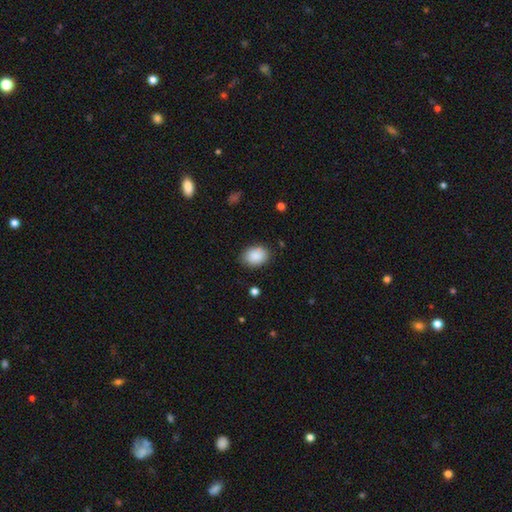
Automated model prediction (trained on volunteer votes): Smooth or featured?
  - smooth: 89% *
  - star or artifact: 7%
  - featured or disk: 4%
How rounded?
  - in between: 69% *
  - round: 30%
  - cigar-shaped: 1%
Merging?
  - none: 82% *
  - minor disturbance: 14%
  - major disturbance: 3%
  - merger: 1%